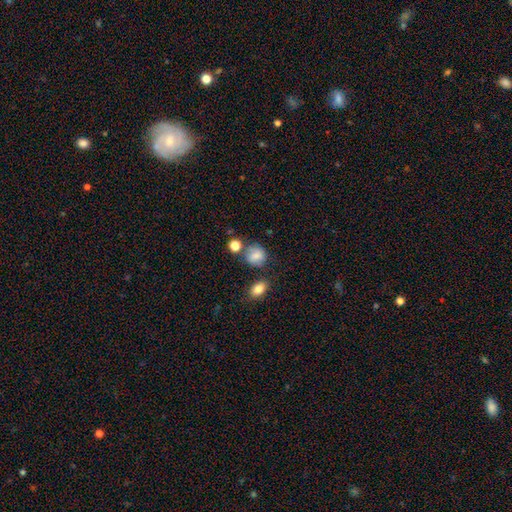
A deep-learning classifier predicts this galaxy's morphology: smooth_or_featured: smooth (p=0.76) [alt: featured or disk p=0.13]
how_rounded: round (p=0.69) [alt: in between p=0.30]
merging: none (p=0.61) [alt: minor disturbance p=0.20]